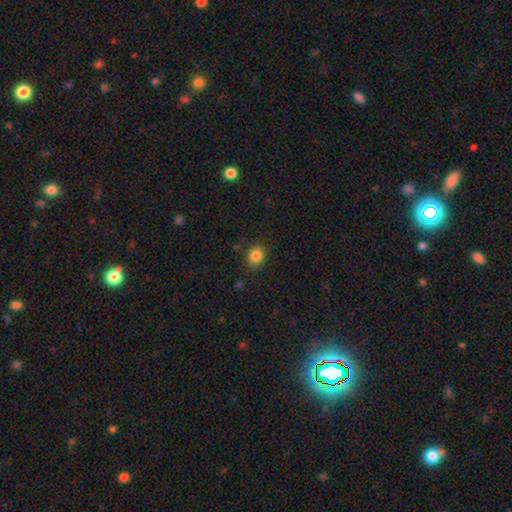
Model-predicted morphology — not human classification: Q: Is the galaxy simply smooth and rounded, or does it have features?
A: smooth — 85%.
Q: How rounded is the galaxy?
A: round — 66%.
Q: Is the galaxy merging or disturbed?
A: none — 85%.